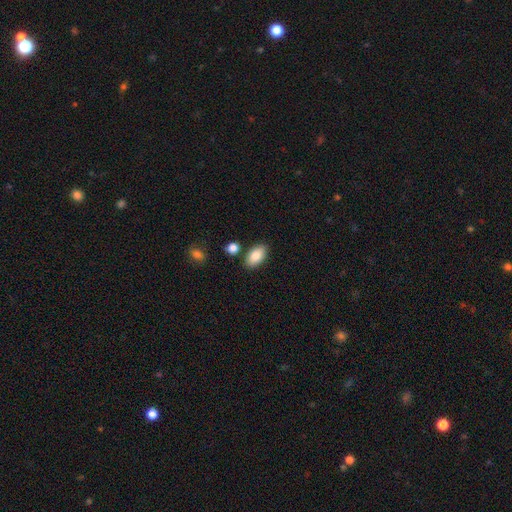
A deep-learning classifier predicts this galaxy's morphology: Smooth or featured?
  - smooth: 86% *
  - featured or disk: 7%
  - star or artifact: 7%
How rounded?
  - in between: 94% *
  - round: 4%
  - cigar-shaped: 2%
Merging?
  - none: 82% *
  - minor disturbance: 10%
  - merger: 6%
  - major disturbance: 2%